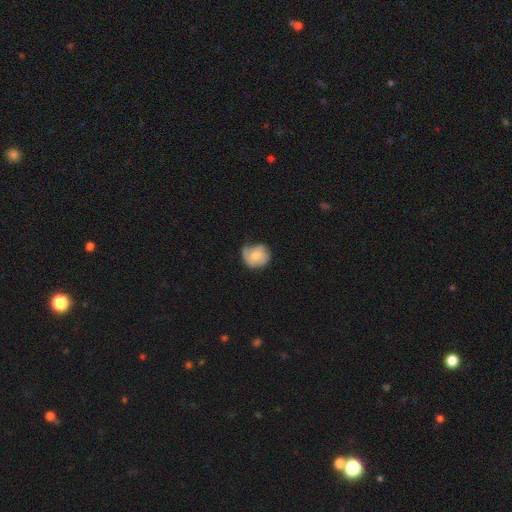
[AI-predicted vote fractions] smooth_or_featured: smooth (p=0.66) [alt: featured or disk p=0.28]
how_rounded: round (p=0.76) [alt: in between p=0.24]
merging: none (p=0.45) [alt: minor disturbance p=0.39]